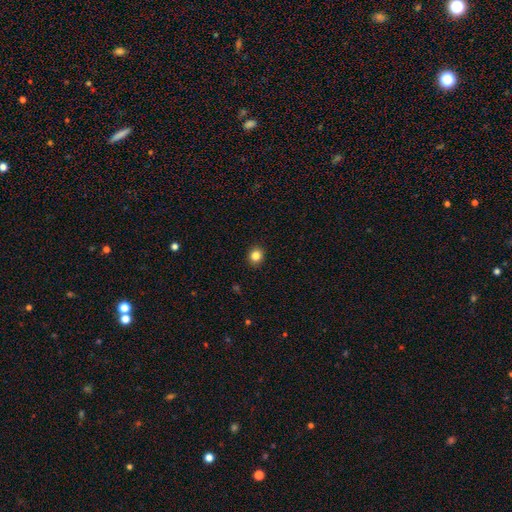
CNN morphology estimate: The model was most divided on "how rounded": round: 83%, in between: 16%, cigar-shaped: 1%. More confident: merging — none (92%); smooth or featured — smooth (84%).